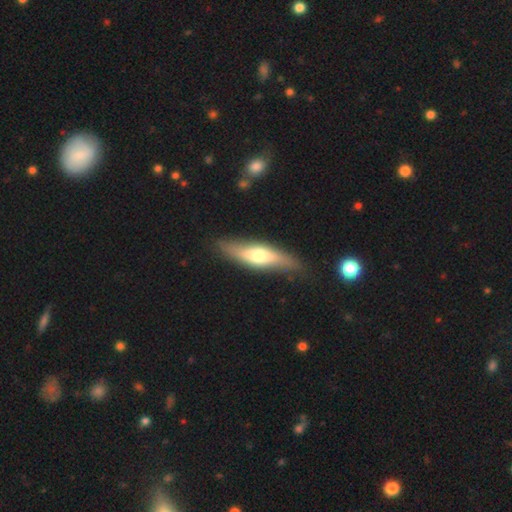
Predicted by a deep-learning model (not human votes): A featured or disk galaxy (49%). Merging: none (81%).